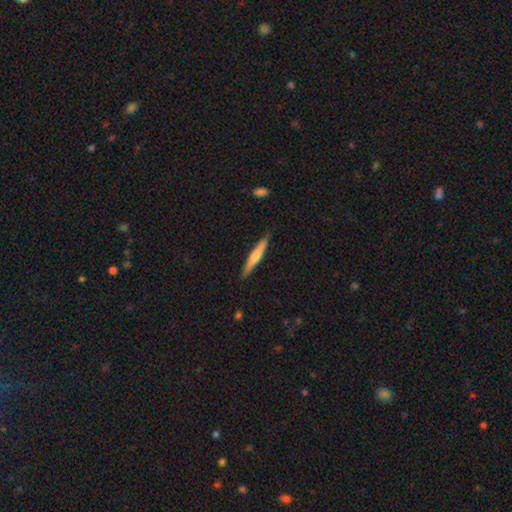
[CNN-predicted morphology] smooth 58%, featured or disk 37%, star or artifact 5%. Down the decision tree: how rounded — cigar-shaped (94%); merging — none (88%).